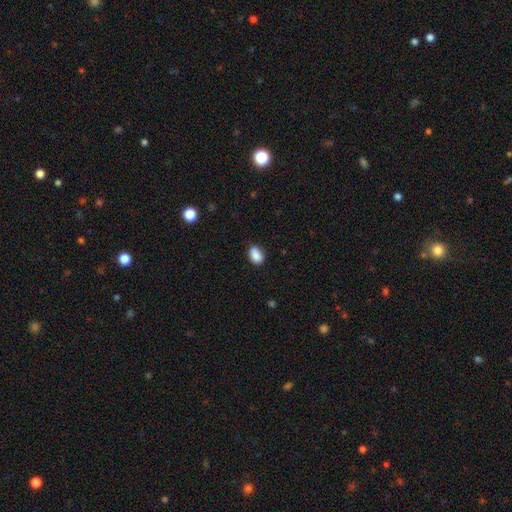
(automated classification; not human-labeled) A smooth galaxy with no disk features (86%) that is in between round and cigar-shaped (81%). Merging: none (73%).